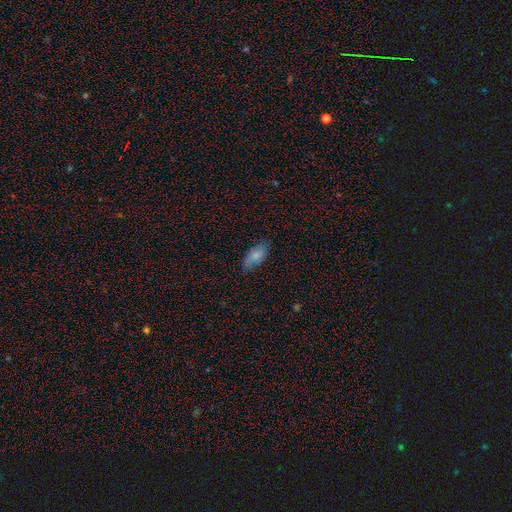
Smooth or featured? smooth (82%)
How rounded? in between (94%)
Merging? none (86%)